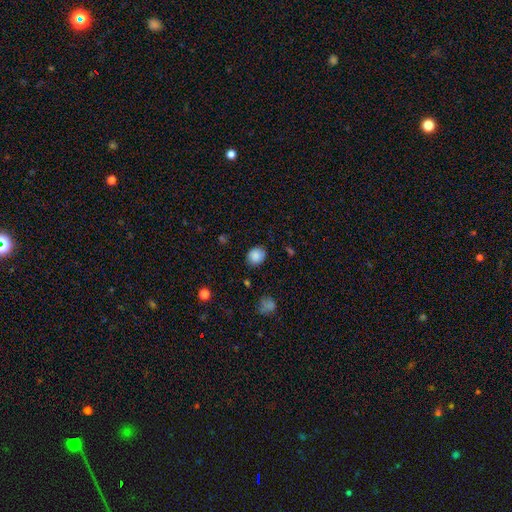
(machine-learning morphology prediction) A smooth galaxy with no disk features (86%) that is round (64%).

Vote fractions:
- Smooth or featured? smooth: 86% / star or artifact: 9% / featured or disk: 5%
- How rounded? round: 64% / in between: 35% / cigar-shaped: 1%
- Merging? none: 83% / minor disturbance: 13% / major disturbance: 3% / merger: 2%